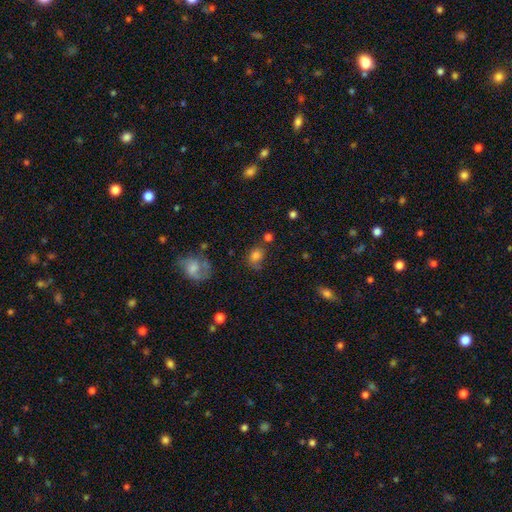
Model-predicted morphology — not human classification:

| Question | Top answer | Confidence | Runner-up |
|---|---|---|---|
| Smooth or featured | smooth | 71% | featured or disk (16%) |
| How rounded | round | 52% | in between (46%) |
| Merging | none | 53% | minor disturbance (24%) |